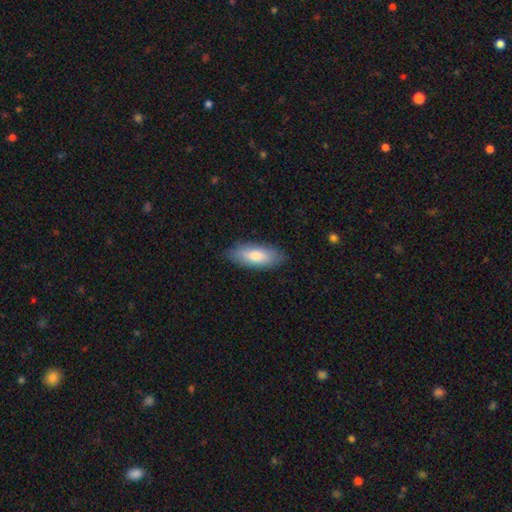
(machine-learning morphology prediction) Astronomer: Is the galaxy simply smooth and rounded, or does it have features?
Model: smooth — 77%.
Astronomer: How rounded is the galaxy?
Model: in between — 75%.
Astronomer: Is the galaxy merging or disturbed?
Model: none — 85%.